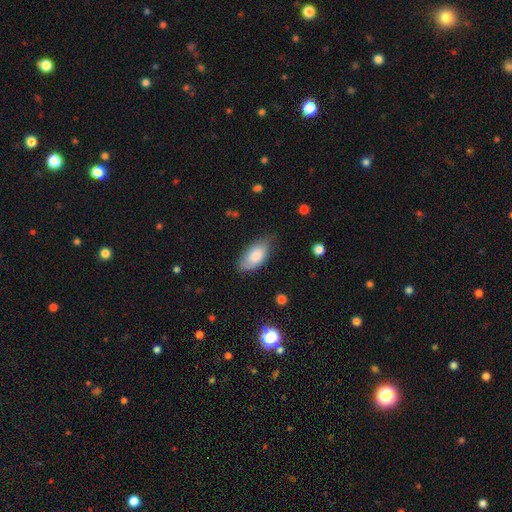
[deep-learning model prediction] A smooth galaxy with no disk features (80%) that is in between round and cigar-shaped (93%). Merging: none (66%).